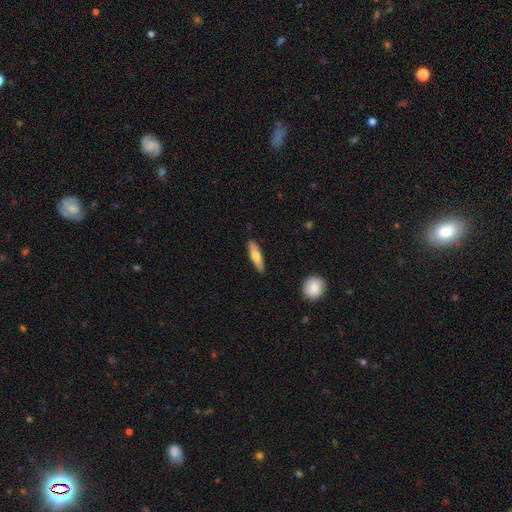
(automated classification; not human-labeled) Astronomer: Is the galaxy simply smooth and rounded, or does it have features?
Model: smooth — 64%.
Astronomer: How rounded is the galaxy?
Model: cigar-shaped — 73%.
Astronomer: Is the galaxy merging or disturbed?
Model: none — 88%.